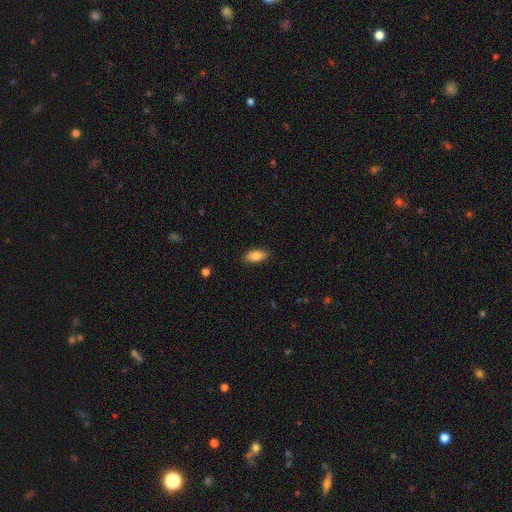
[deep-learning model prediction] Morphology: type=smooth (87%); roundness=in between (90%); merging=none (86%).